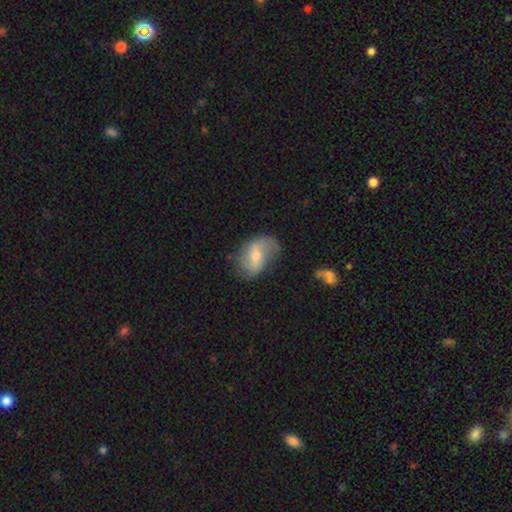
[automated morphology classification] This is likely a featured or disk galaxy (63%). It is clearly not viewed edge-on (96%). Bar: possibly weak (49%). Spiral arm pattern: clearly yes (85%). Spiral arm count: likely 2 (79%). Spiral winding: possibly loose (60%). Central bulge: possibly moderate (46%). Merging: possibly none (59%).